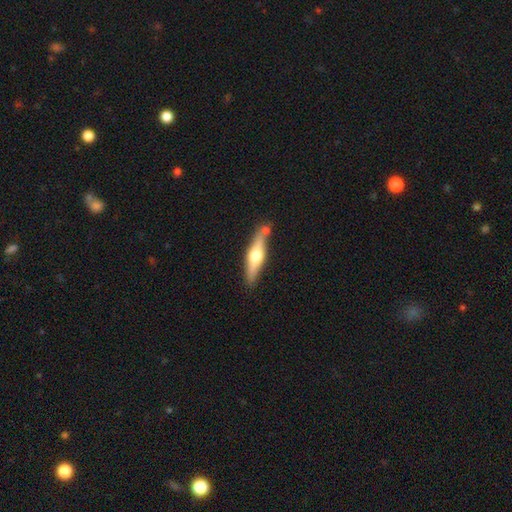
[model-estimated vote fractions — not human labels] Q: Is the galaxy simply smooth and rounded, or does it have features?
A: featured or disk — 59%.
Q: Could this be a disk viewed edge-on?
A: yes — 94%.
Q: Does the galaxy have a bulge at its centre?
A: rounded — 94%.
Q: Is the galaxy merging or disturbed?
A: none — 74%.